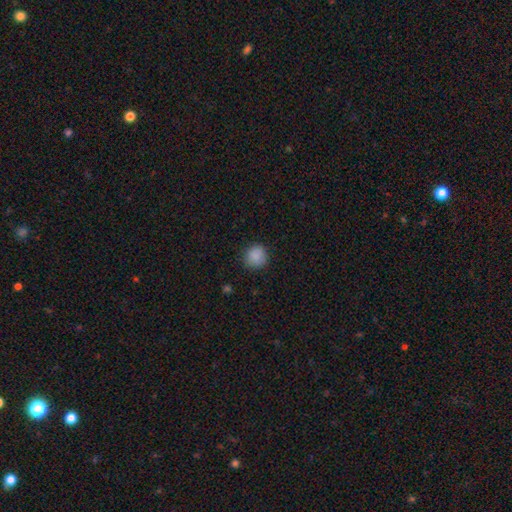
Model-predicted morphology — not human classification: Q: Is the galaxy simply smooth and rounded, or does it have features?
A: smooth — 87%.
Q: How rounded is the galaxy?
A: round — 91%.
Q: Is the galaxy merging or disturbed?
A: none — 84%.